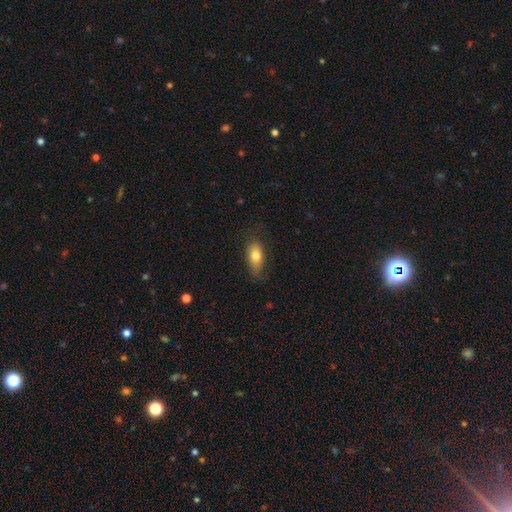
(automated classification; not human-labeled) Morphology: type=smooth (77%); roundness=in between (83%); merging=none (73%).